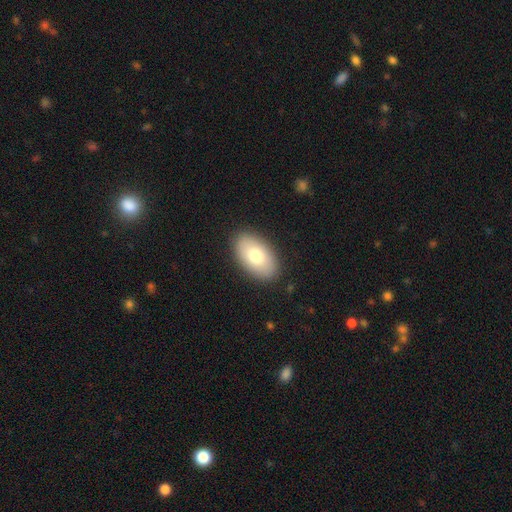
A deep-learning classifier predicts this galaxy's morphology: Q: Smooth or featured?
A: smooth (77%); runner-up: featured or disk (17%)
Q: How rounded?
A: in between (94%); runner-up: round (5%)
Q: Merging?
A: none (88%); runner-up: minor disturbance (9%)